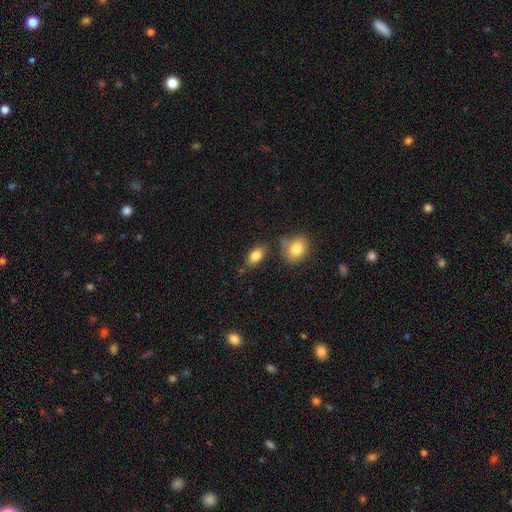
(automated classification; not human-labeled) Morphology: type=smooth (83%); roundness=in between (88%); merging=none (72%).